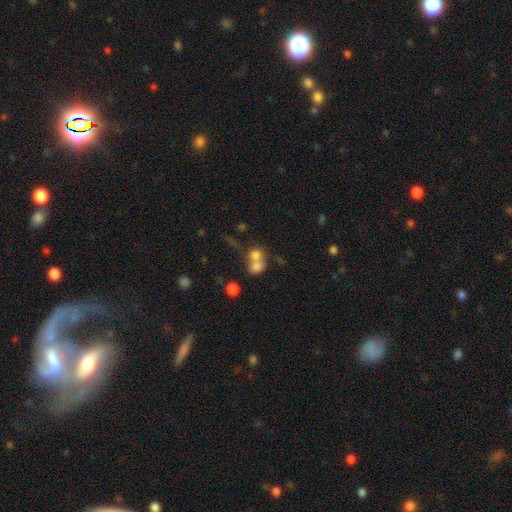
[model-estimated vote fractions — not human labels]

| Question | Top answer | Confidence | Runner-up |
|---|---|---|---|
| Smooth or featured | smooth | 73% | featured or disk (15%) |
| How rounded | round | 72% | in between (26%) |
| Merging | merger | 63% | none (28%) |